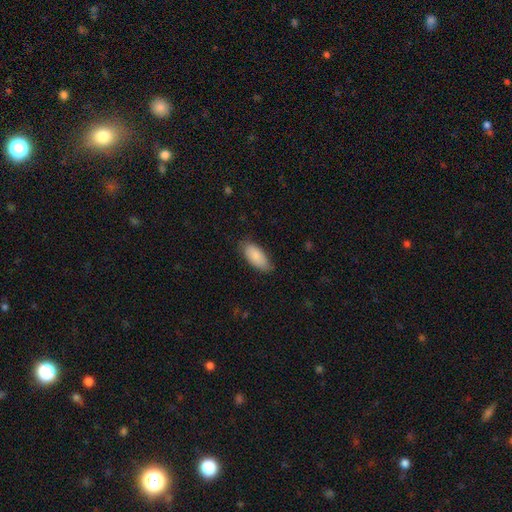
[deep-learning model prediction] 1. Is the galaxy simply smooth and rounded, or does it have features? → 87% smooth, 7% featured or disk, 6% star or artifact.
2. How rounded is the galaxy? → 89% in between, 9% cigar-shaped, 2% round.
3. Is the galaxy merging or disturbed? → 75% none, 20% minor disturbance, 3% major disturbance, 1% merger.